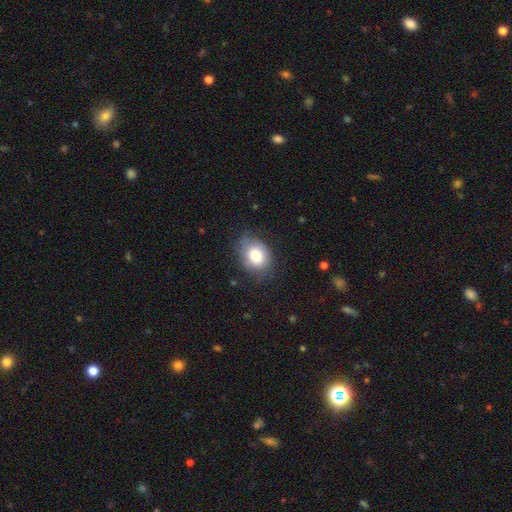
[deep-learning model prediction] This appears to be a smooth galaxy with no disk features (79%) that is in between round and cigar-shaped (70%). Merging: none (72%).